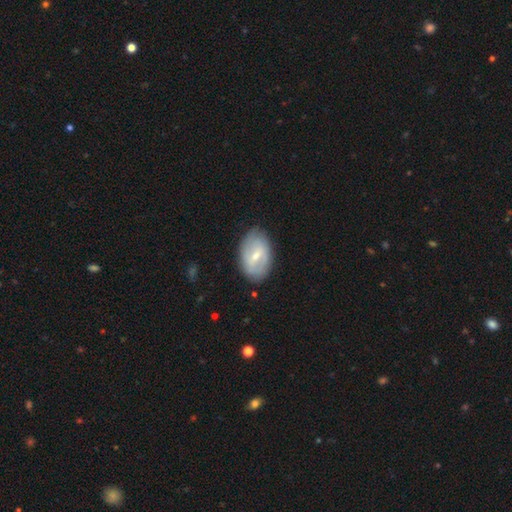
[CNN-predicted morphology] Smooth or featured? featured or disk (55%)
Edge-on disk? no (94%)
Bar? weak (56%)
Spiral arms? yes (53%)
Bulge size? moderate (48%)
Merging? none (78%)